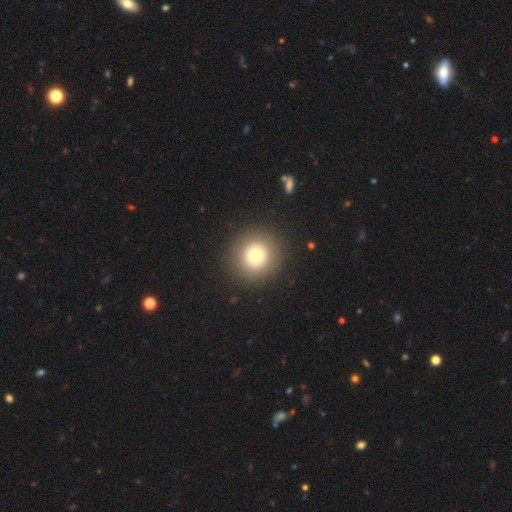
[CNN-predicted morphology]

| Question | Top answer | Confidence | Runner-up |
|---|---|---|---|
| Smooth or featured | smooth | 75% | featured or disk (13%) |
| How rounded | round | 94% | in between (5%) |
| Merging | none | 90% | minor disturbance (6%) |